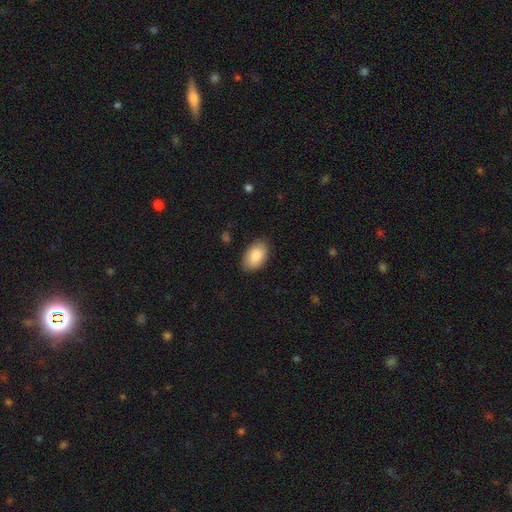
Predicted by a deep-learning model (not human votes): Smooth or featured: smooth — 88% (star or artifact — 6%)
How rounded: in between — 93% (round — 6%)
Merging: none — 85% (minor disturbance — 11%)